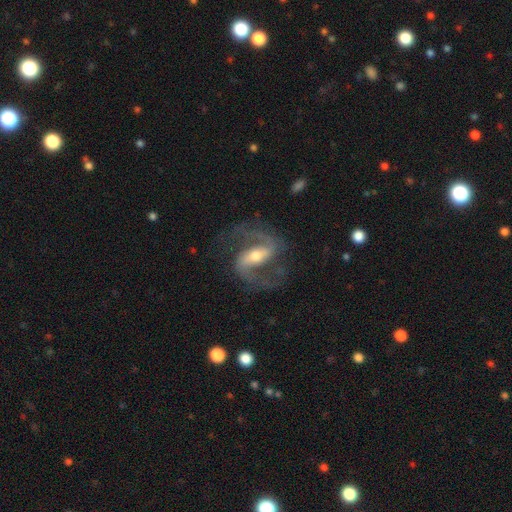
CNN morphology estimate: This appears to be a featured or disk galaxy (91%) with a strong bar (50%), 2 (93%) medium (60%) spiral arms (97%) and a moderate central bulge (54%). Merging: none (79%).